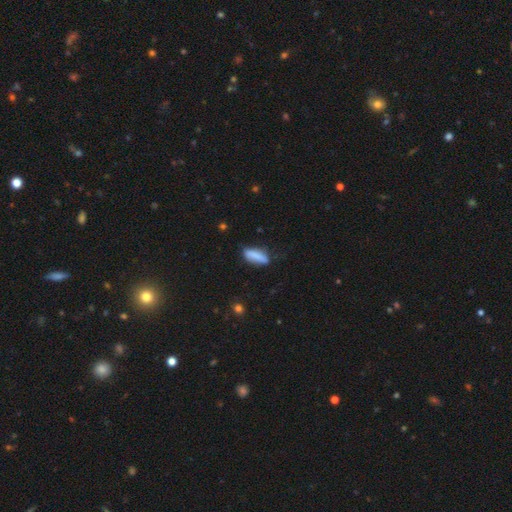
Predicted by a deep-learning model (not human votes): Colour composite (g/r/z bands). It shows a smooth galaxy with no disk features (84%) that is in between round and cigar-shaped (52%). Merging: none (76%).